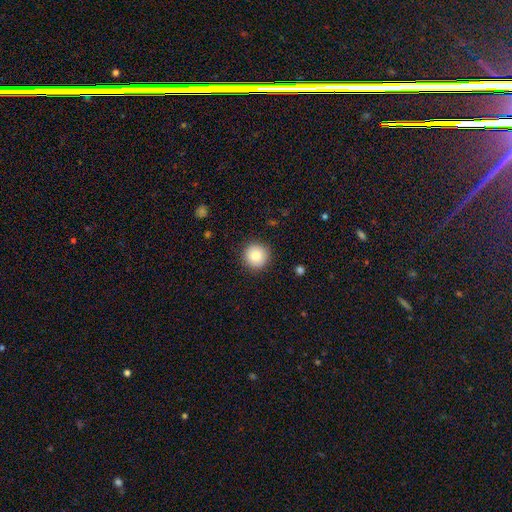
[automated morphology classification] A smooth galaxy with no disk features (86%) that is round (95%). Merging: none (91%).